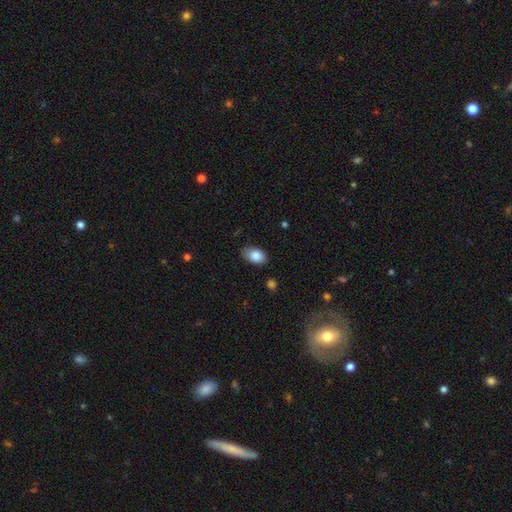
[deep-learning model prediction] Overall: smooth (86%). How rounded: in between (90%). Merging: none (79%).